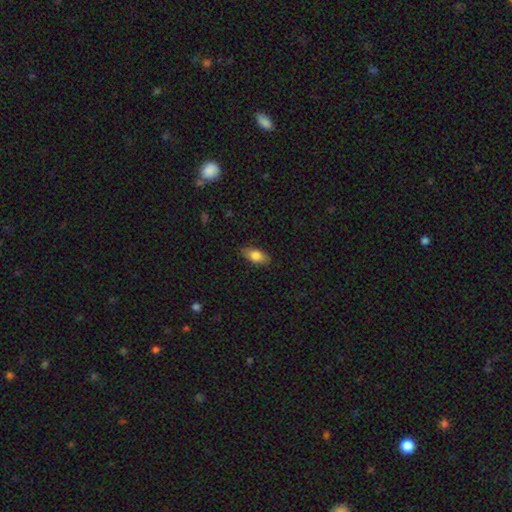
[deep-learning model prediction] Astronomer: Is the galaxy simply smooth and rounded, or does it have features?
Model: smooth — 80%.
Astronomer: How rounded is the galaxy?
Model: in between — 88%.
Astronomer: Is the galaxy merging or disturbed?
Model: none — 86%.